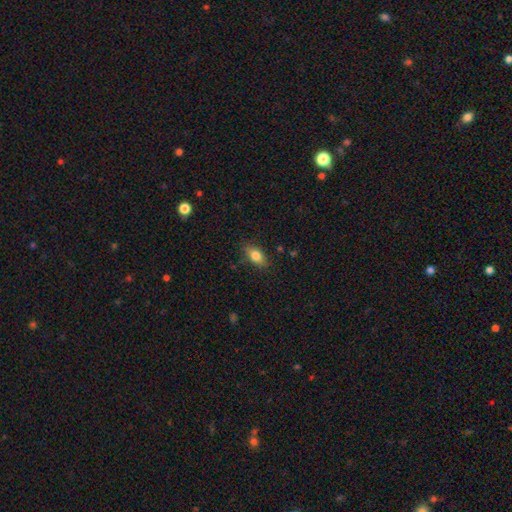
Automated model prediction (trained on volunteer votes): This is clearly a smooth galaxy (80%). How rounded: clearly in between (84%). Merging: clearly none (83%).